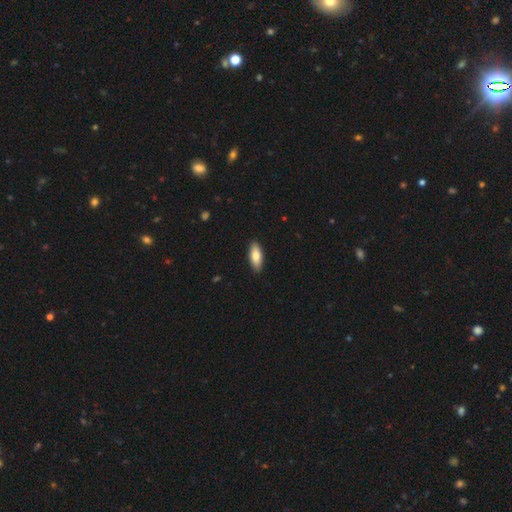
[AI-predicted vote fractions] Smooth or featured? smooth (81%)
How rounded? in between (76%)
Merging? none (90%)